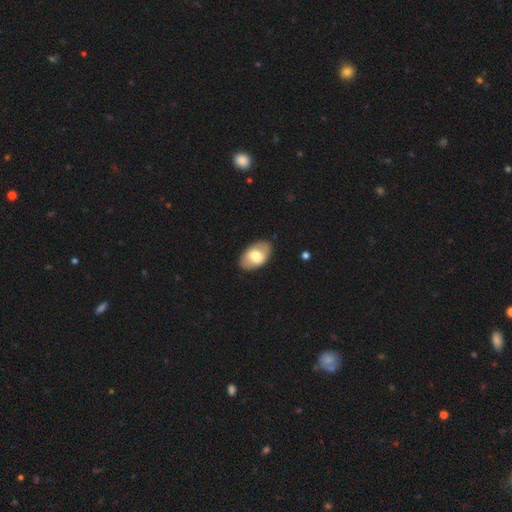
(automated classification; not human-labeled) A smooth galaxy with no disk features (64%) that is in between round and cigar-shaped (92%). Merging: none (84%).